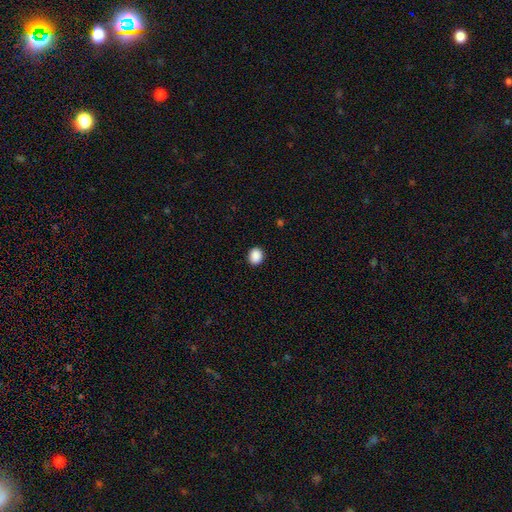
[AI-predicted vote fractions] smooth-or-featured: smooth: 90% | star or artifact: 8% | featured or disk: 2%
  how-rounded: round: 65% | in between: 34% | cigar-shaped: 1%
  merging: none: 91% | minor disturbance: 6% | major disturbance: 2% | merger: 1%